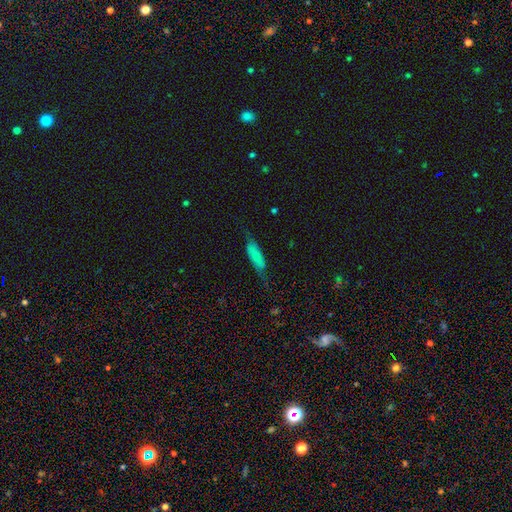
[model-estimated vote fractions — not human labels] Smooth or featured? smooth (67%)
How rounded? in between (50%)
Merging? none (59%)